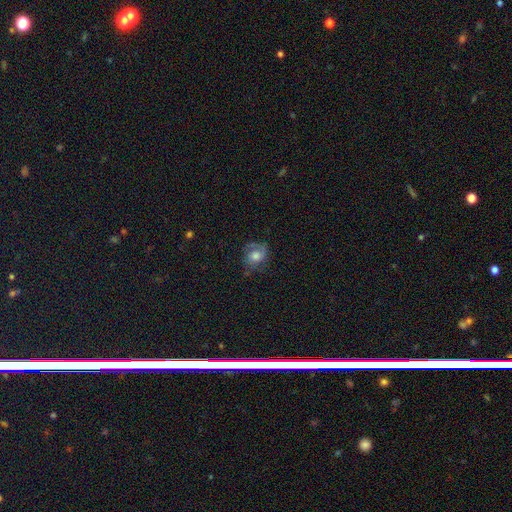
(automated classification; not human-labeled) A featured or disk galaxy (49%). Merging: none (57%).